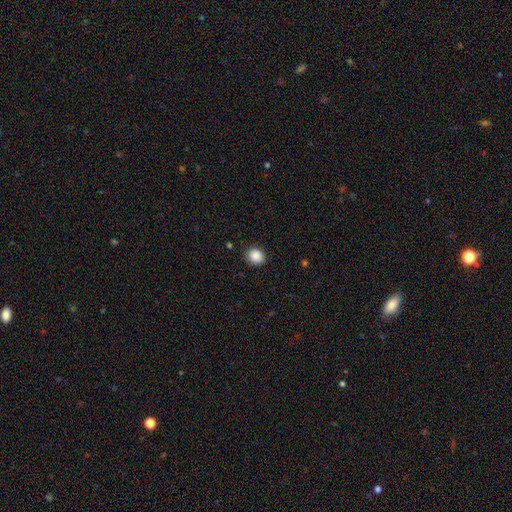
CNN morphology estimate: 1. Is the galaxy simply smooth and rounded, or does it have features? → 88% smooth, 9% star or artifact, 3% featured or disk.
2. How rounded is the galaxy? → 69% round, 30% in between, 1% cigar-shaped.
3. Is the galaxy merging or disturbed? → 87% none, 10% minor disturbance, 2% major disturbance, 1% merger.